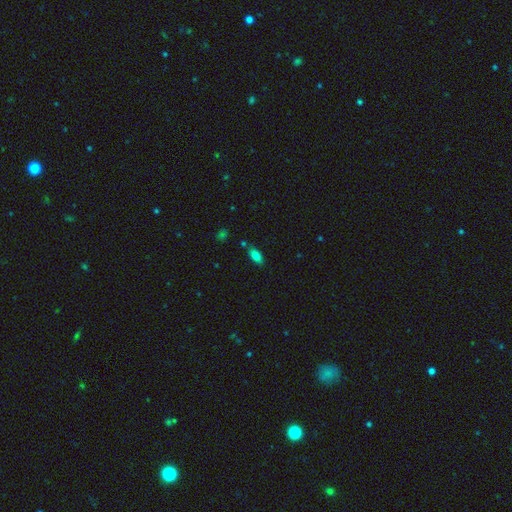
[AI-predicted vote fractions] Overall: smooth (80%). How rounded: in between (86%). Merging: none (78%).